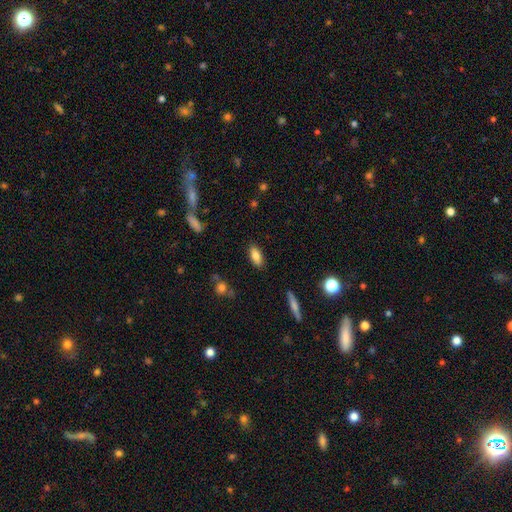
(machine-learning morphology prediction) Smooth or featured? Predicted: smooth (p=0.82). How rounded? Predicted: in between (p=0.87). Merging? Predicted: none (p=0.86).